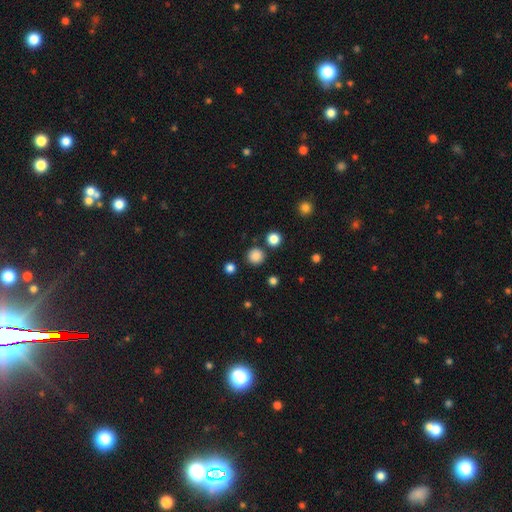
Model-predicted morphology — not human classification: smooth 84%, star or artifact 13%, featured or disk 3%. Down the decision tree: how rounded — round (94%); merging — none (86%).